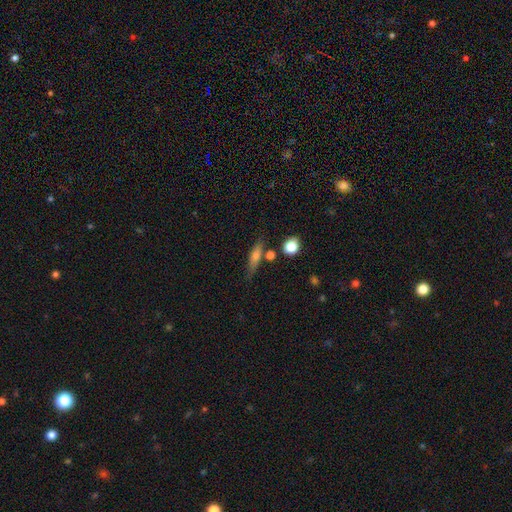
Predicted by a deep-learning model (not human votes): This is possibly a smooth galaxy (59%). How rounded: likely cigar-shaped (64%). Merging: likely none (69%).